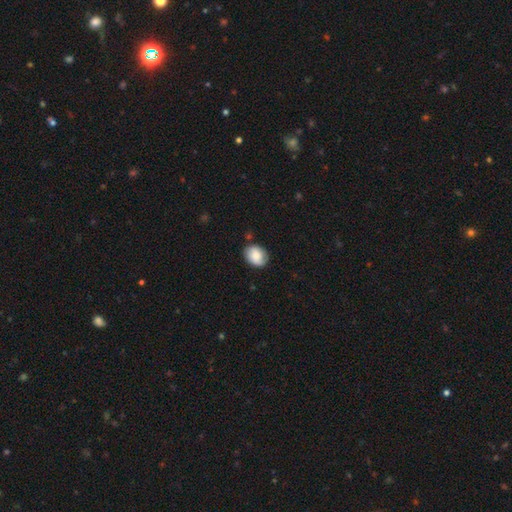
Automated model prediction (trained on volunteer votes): smooth 72%, featured or disk 20%, star or artifact 8%. Down the decision tree: how rounded — in between (55%); merging — none (75%).